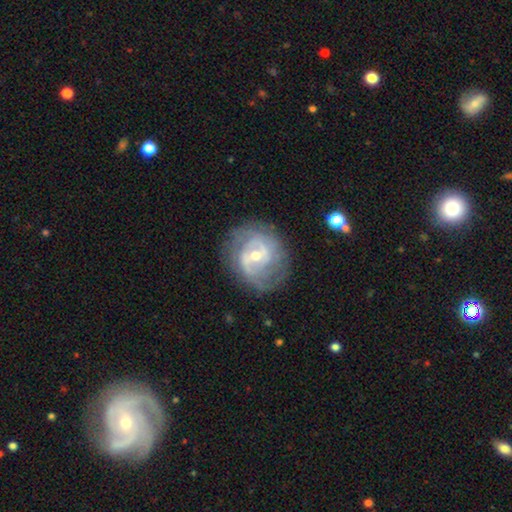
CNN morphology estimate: A featured or disk galaxy (81%) with a weak bar (49%), 2 (52%) tight (49%) spiral arms (87%) and a small central bulge (49%).

Vote fractions:
- Smooth or featured? featured or disk: 81% / smooth: 12% / star or artifact: 6%
- Edge-on disk? no: 97% / yes: 3%
- Bar? weak: 49% / no: 31% / strong: 20%
- Spiral arms? yes: 87% / no: 13%
- Spiral winding? tight: 49% / medium: 37% / loose: 14%
- Spiral arm count? 2: 52% / can't tell: 28% / 3: 10% / 1: 4% / 4: 3% / more than 4: 3%
- Bulge size? small: 49% / moderate: 47% / large: 2% / none: 1% / dominant: 1%
- Merging? none: 73% / minor disturbance: 17% / major disturbance: 8% / merger: 1%